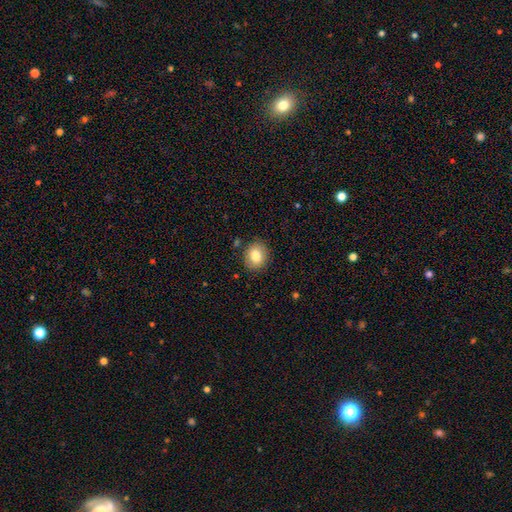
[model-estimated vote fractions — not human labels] This appears to be a smooth galaxy with no disk features (80%) that is round (61%). Merging: none (87%).